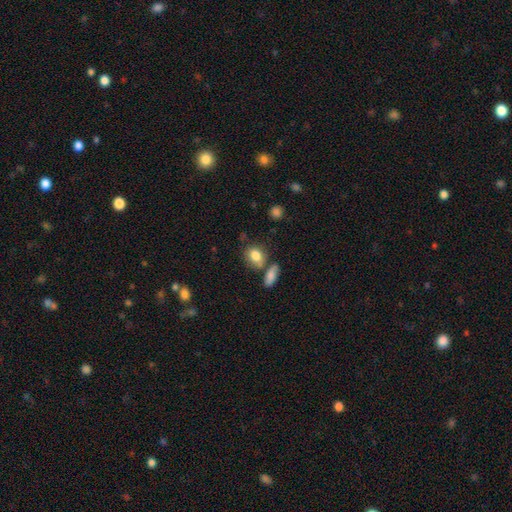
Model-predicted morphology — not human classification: smooth_or_featured: smooth (p=0.82) [alt: featured or disk p=0.09]
how_rounded: in between (p=0.61) [alt: round p=0.36]
merging: none (p=0.59) [alt: merger p=0.18]